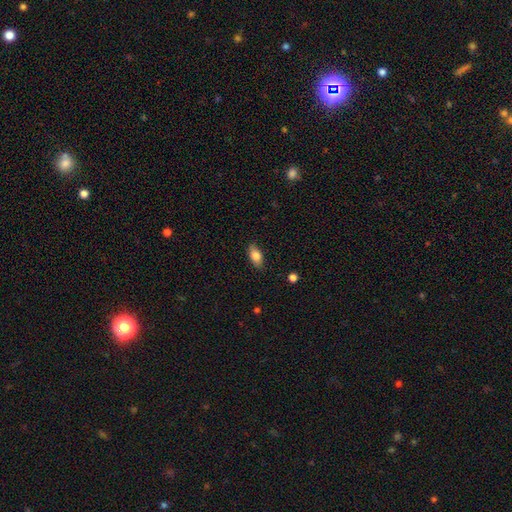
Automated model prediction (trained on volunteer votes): Smooth or featured?
  - smooth: 80% *
  - featured or disk: 13%
  - star or artifact: 7%
How rounded?
  - in between: 87% *
  - cigar-shaped: 7%
  - round: 5%
Merging?
  - none: 85% *
  - minor disturbance: 11%
  - major disturbance: 2%
  - merger: 1%